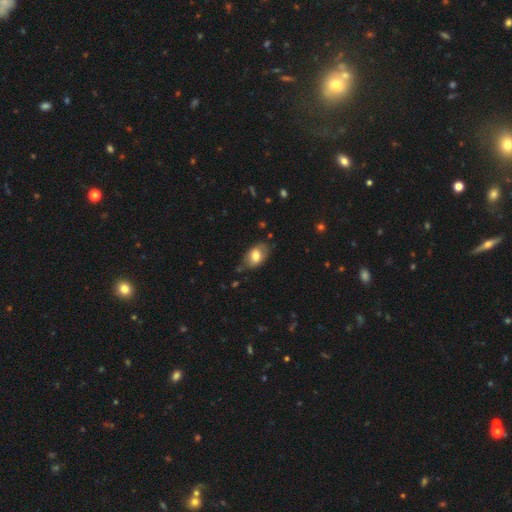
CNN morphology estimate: The model was most divided on "merging": none: 71%, minor disturbance: 22%, major disturbance: 5%, merger: 2%. More confident: how rounded — in between (87%); smooth or featured — smooth (73%).